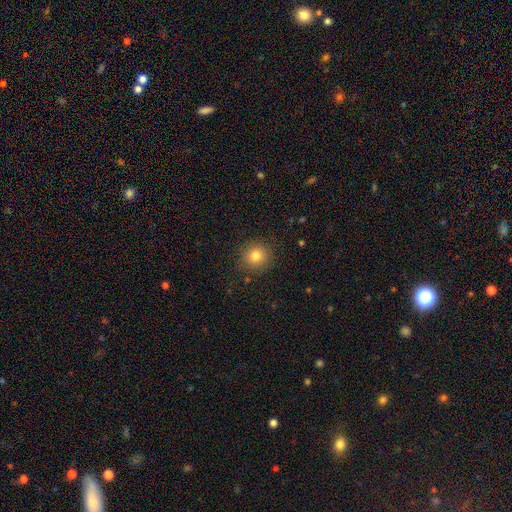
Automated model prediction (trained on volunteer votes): Morphology: type=smooth (79%); roundness=round (91%); merging=none (88%).